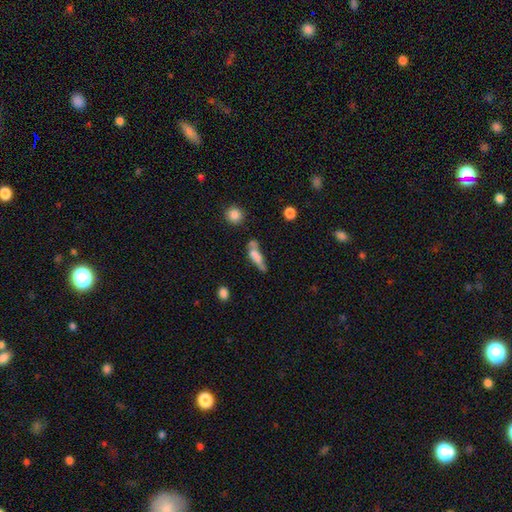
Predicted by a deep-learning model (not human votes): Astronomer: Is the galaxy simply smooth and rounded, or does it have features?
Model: smooth — 61%.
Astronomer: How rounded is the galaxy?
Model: cigar-shaped — 58% (runner-up: in between, 38%).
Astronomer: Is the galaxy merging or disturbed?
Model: none — 39% (runner-up: minor disturbance, 24%).